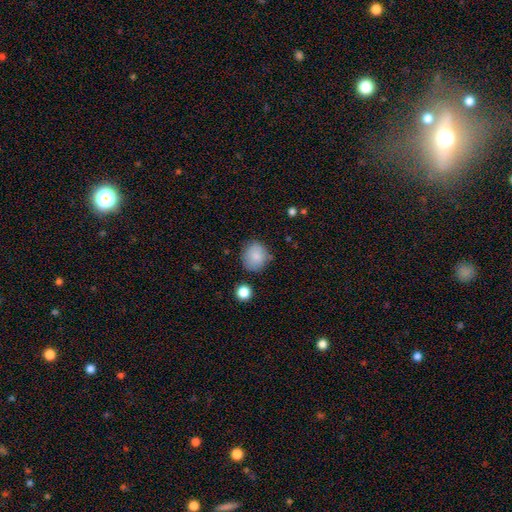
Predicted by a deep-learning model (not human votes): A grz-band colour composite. It shows a smooth galaxy with no disk features (84%) that is round (79%). Merging: none (75%).